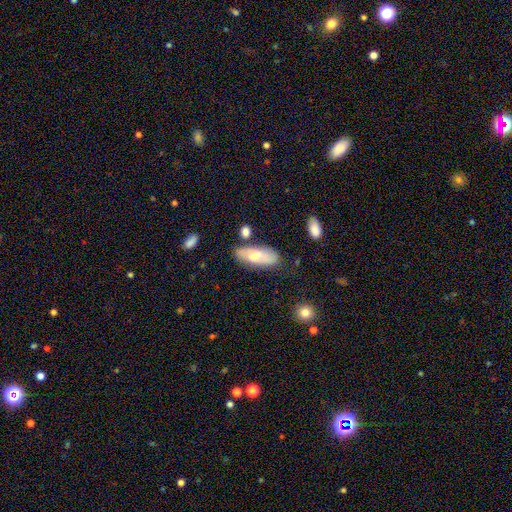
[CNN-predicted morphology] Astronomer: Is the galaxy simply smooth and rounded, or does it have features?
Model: smooth — 59%.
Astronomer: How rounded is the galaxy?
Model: in between — 77%.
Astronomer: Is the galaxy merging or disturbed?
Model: none — 69%.